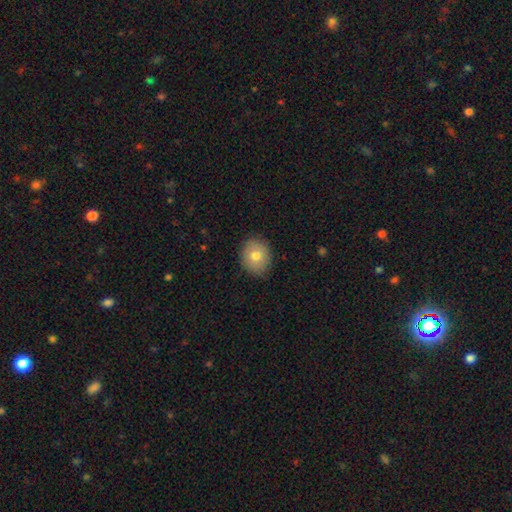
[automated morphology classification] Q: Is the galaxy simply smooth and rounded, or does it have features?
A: smooth — 77%.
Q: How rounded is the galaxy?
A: round — 67%.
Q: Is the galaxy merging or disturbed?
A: none — 87%.